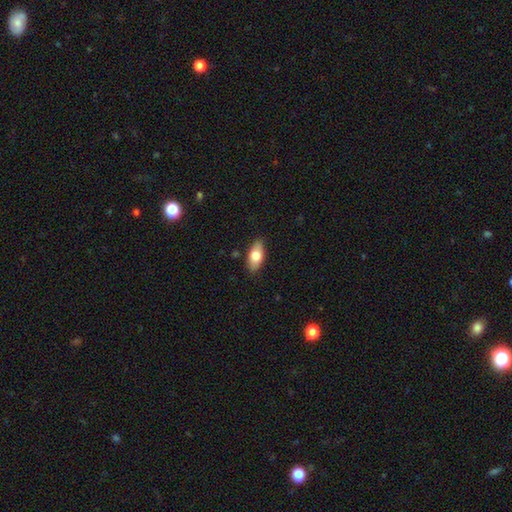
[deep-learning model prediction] Q: Smooth or featured?
A: smooth (74%); runner-up: featured or disk (20%)
Q: How rounded?
A: in between (88%); runner-up: cigar-shaped (9%)
Q: Merging?
A: none (86%); runner-up: minor disturbance (10%)